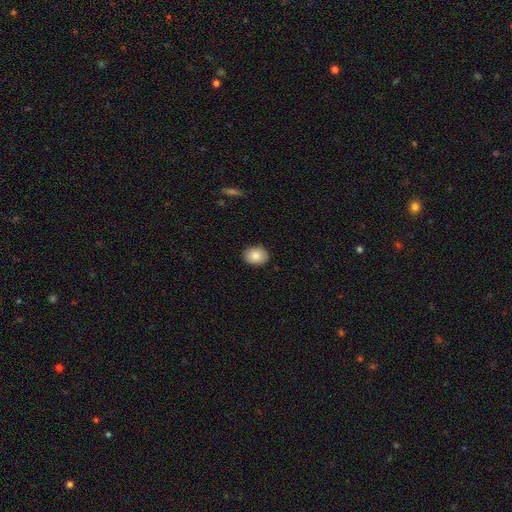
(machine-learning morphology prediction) smooth-or-featured: smooth: 86% | star or artifact: 8% | featured or disk: 7%
  how-rounded: in between: 55% | round: 44% | cigar-shaped: 1%
  merging: none: 89% | minor disturbance: 8% | major disturbance: 2% | merger: 1%